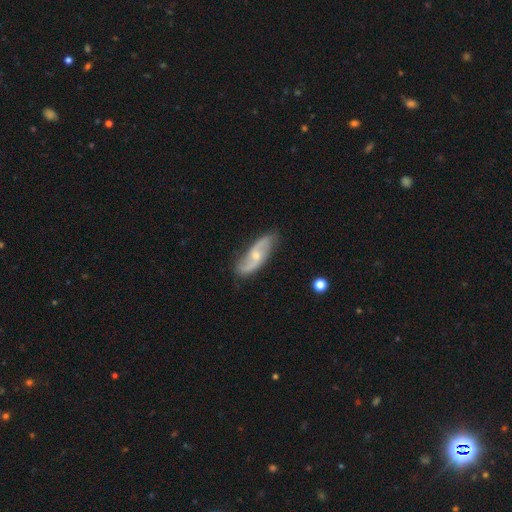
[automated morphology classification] smooth-or-featured: featured or disk: 78% | smooth: 17% | star or artifact: 5%
  disk-edge-on: no: 90% | yes: 10%
    bar: no: 54% | weak: 37% | strong: 9%
    has-spiral-arms: yes: 94% | no: 6%
      spiral-winding: loose: 66% | medium: 25% | tight: 9%
      spiral-arm-count: 2: 90% | can't tell: 5% | 1: 2% | 3: 1% | 4: 1% | more than 4: 1%
    bulge-size: small: 57% | moderate: 39% | none: 2% | large: 1% | dominant: 1%
  merging: none: 80% | minor disturbance: 15% | major disturbance: 3% | merger: 2%